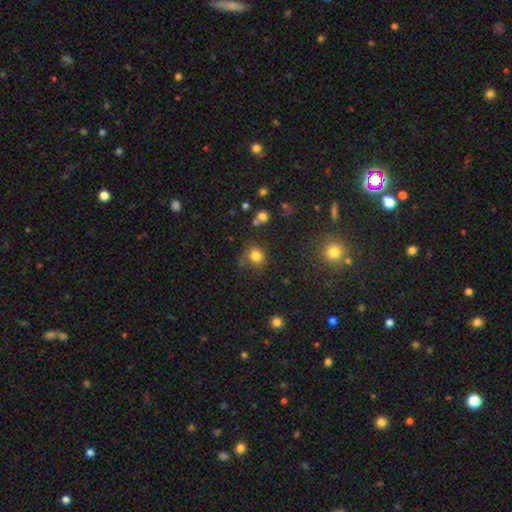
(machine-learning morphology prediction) Smooth or featured? smooth (80%)
How rounded? round (85%)
Merging? none (70%)